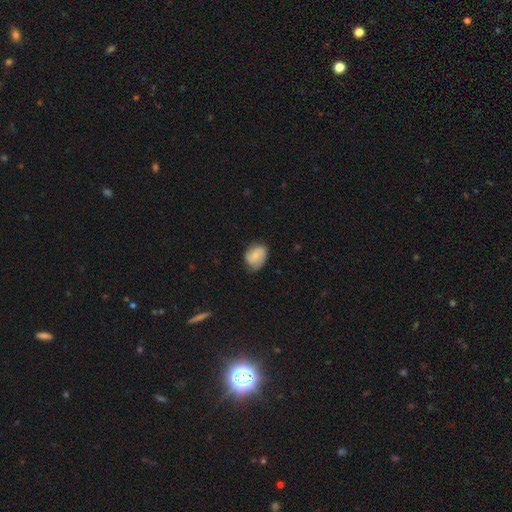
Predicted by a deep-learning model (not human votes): This appears to be a smooth galaxy with no disk features (51%) that is in between round and cigar-shaped (64%). Merging: none (60%).